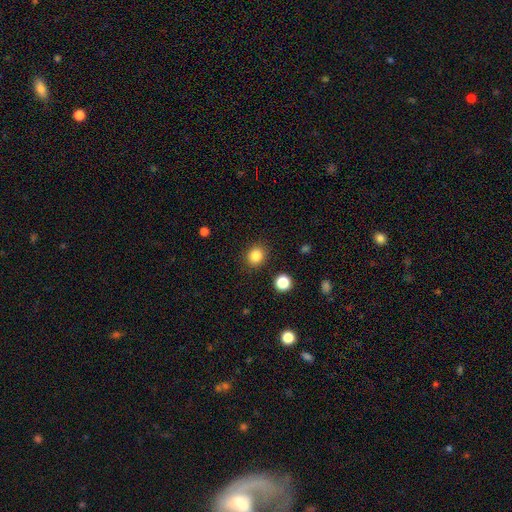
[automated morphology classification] Overall: smooth (85%). How rounded: round (76%). Merging: none (88%).